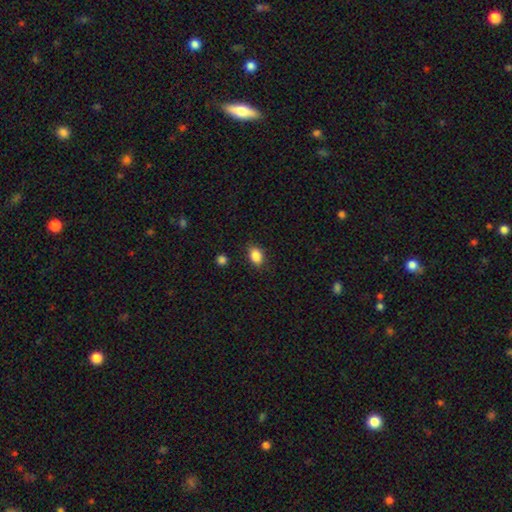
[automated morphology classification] Smooth or featured: smooth — 87% (star or artifact — 9%)
How rounded: in between — 78% (round — 20%)
Merging: none — 83% (minor disturbance — 12%)